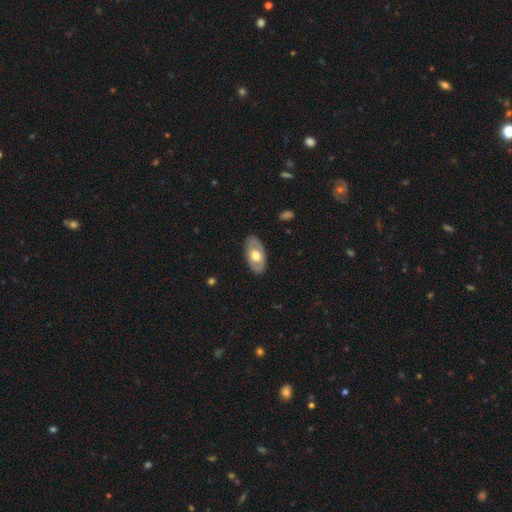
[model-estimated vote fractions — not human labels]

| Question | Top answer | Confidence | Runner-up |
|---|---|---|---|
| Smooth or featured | featured or disk | 49% | smooth (46%) |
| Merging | none | 84% | minor disturbance (12%) |